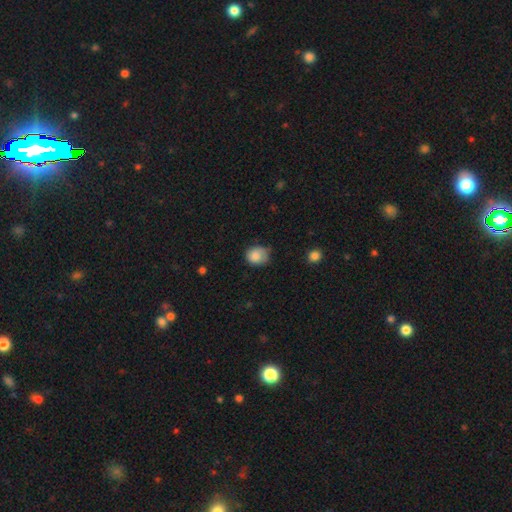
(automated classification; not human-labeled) Smooth or featured? Predicted: smooth (p=0.84). How rounded? Predicted: round (p=0.62). Merging? Predicted: none (p=0.50).